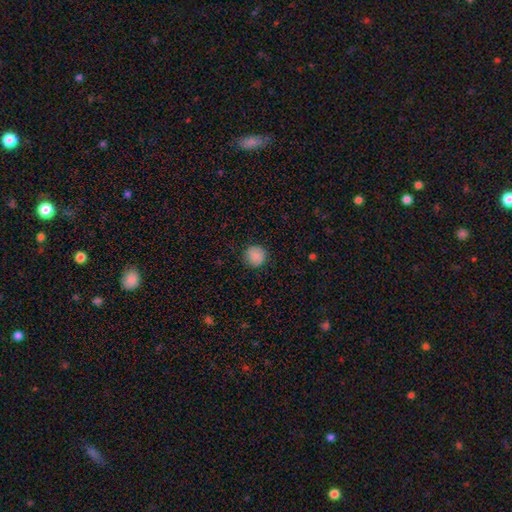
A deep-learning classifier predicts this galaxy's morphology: The model was most divided on "merging": none: 88%, minor disturbance: 9%, major disturbance: 2%, merger: 1%. More confident: how rounded — round (94%); smooth or featured — smooth (87%).